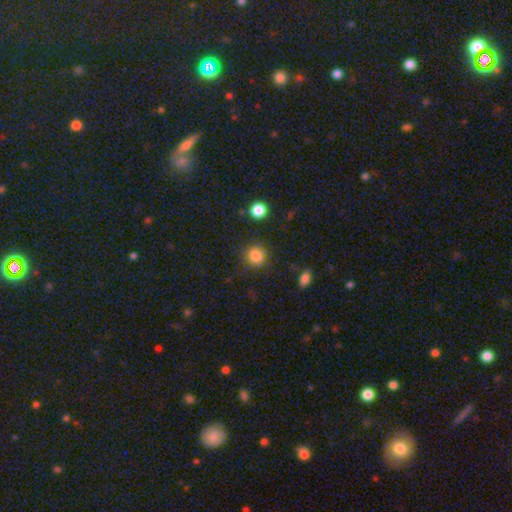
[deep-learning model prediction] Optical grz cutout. It shows a smooth galaxy with no disk features (84%) that is round (92%). Merging: none (84%).